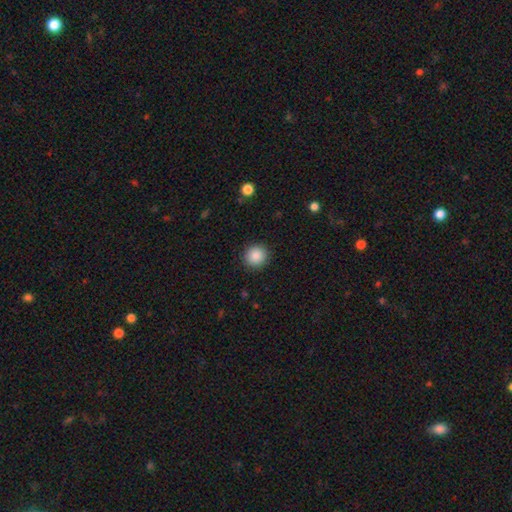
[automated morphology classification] Smooth or featured? smooth (88%)
How rounded? round (93%)
Merging? none (91%)